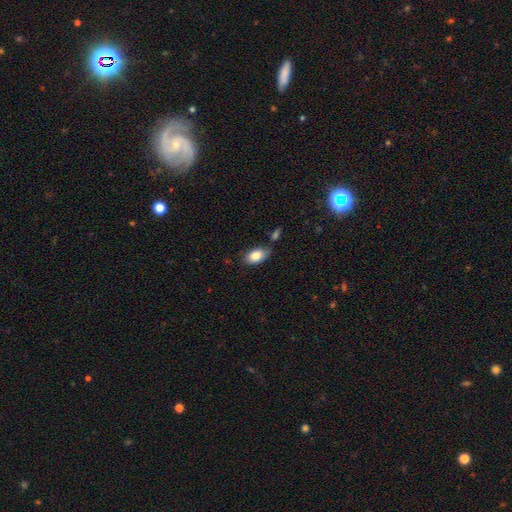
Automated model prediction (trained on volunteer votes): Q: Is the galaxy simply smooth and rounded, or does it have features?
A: smooth — 83%.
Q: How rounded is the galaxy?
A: in between — 92%.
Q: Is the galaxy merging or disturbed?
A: none — 69%.